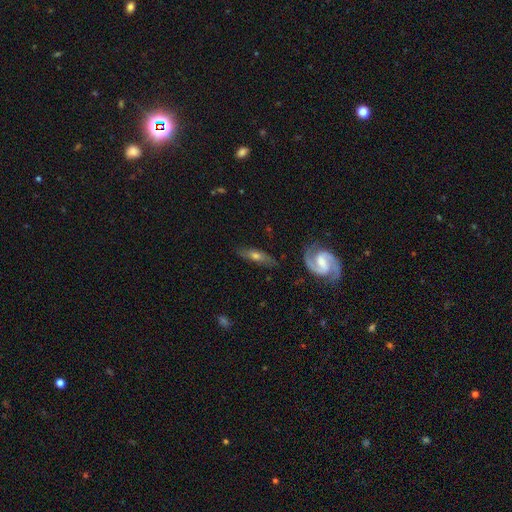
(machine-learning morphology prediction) type=featured or disk (62%); edge-on=no (61%); merging=none (77%).